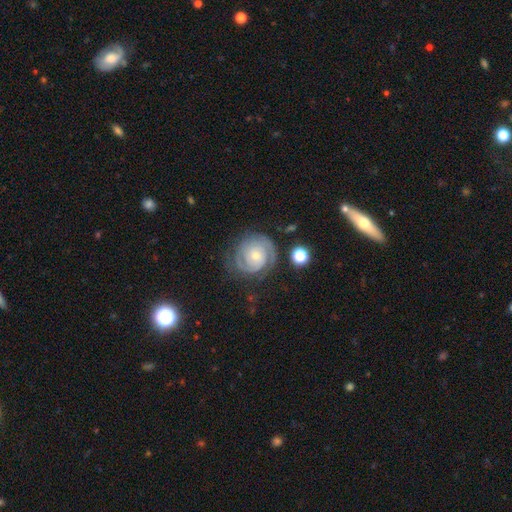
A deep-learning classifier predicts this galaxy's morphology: A featured or disk galaxy (87%) with no bar (74%), 2 (62%) tight (74%) spiral arms (97%) and a small central bulge (68%). Merging: none (72%).